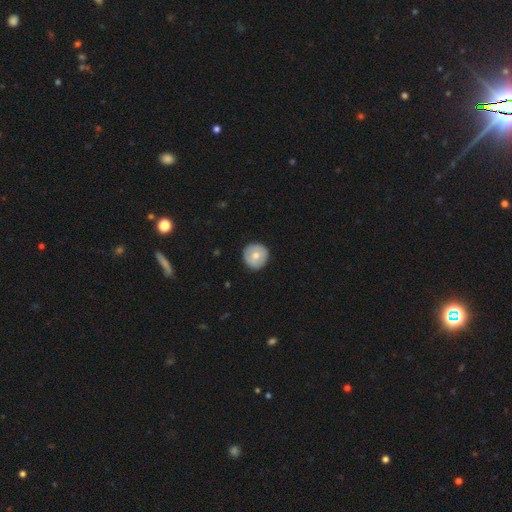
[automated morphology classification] A smooth galaxy with no disk features (67%) that is round (95%).

Vote fractions:
- Smooth or featured? smooth: 67% / featured or disk: 27% / star or artifact: 6%
- How rounded? round: 95% / in between: 4% / cigar-shaped: 1%
- Merging? none: 90% / minor disturbance: 8% / major disturbance: 2% / merger: 1%